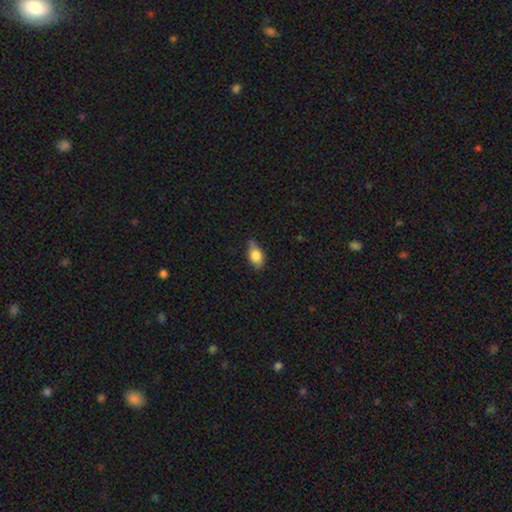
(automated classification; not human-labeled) A smooth galaxy with no disk features (78%) that is in between round and cigar-shaped (84%). Merging: none (65%).